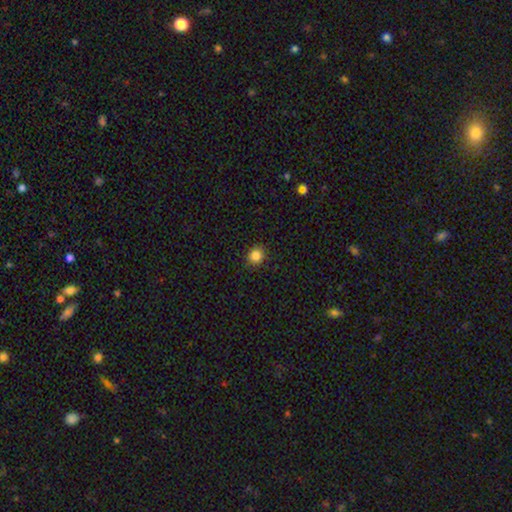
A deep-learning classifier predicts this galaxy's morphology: A smooth galaxy with no disk features (85%) that is round (87%). Merging: none (90%).